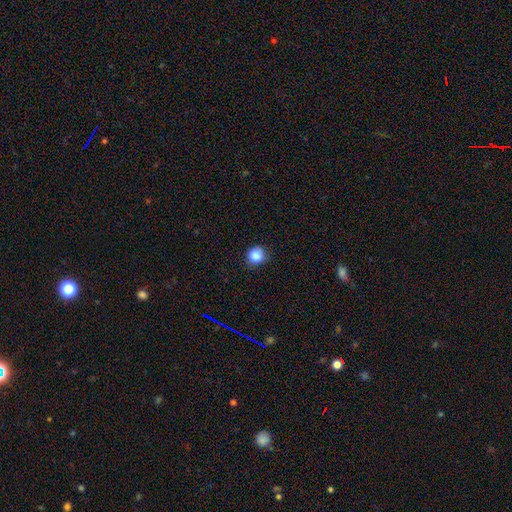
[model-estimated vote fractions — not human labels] This appears to be a smooth galaxy with no disk features (85%) that is round (83%). Merging: none (75%).